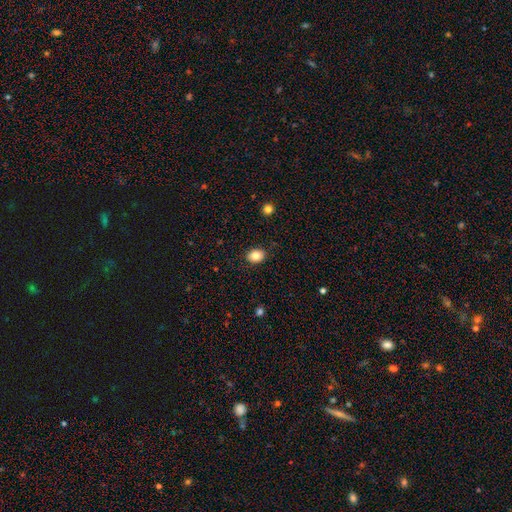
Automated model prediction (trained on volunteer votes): smooth 85%, star or artifact 9%, featured or disk 6%. Down the decision tree: how rounded — in between (61%); merging — none (88%).